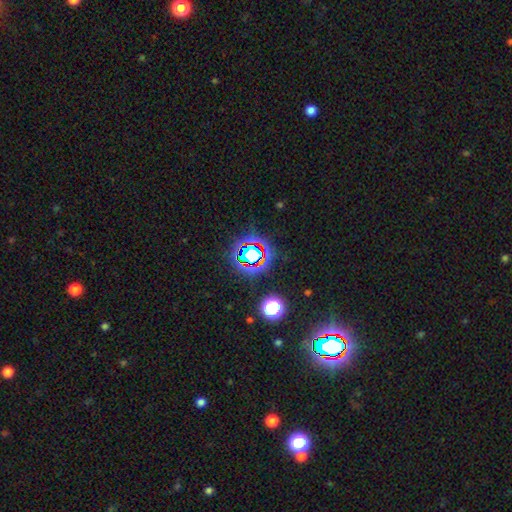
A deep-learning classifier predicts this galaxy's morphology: Smooth or featured? star or artifact (70%)